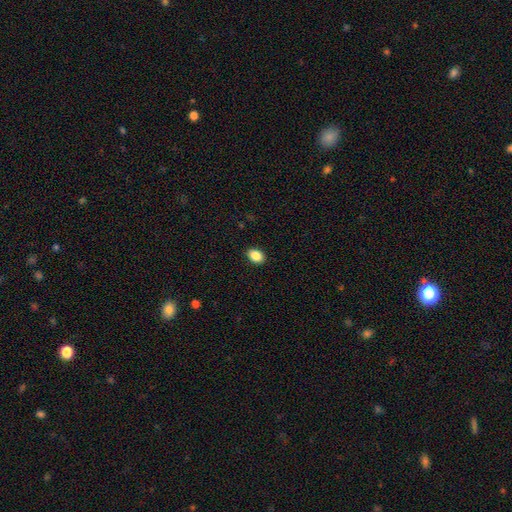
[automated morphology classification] type=smooth (88%); roundness=in between (78%); merging=none (90%).